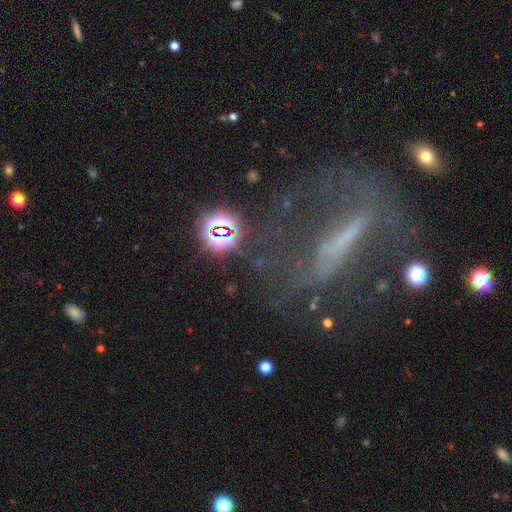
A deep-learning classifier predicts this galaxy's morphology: featured or disk 62%, star or artifact 19%, smooth 19%. Down the decision tree: edge-on disk — no (71%); merging — none (51%).